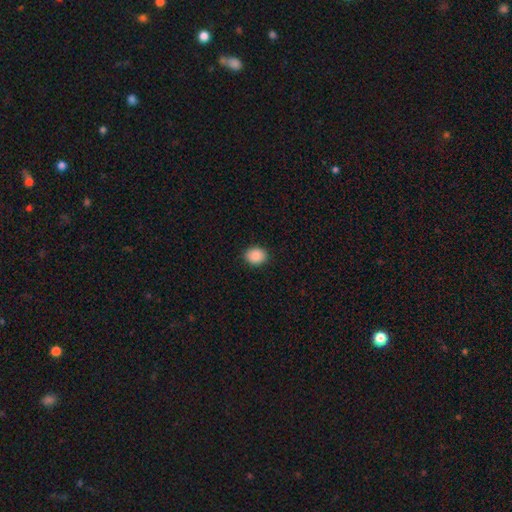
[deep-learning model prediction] A smooth galaxy with no disk features (89%) that is round (55%).

Vote fractions:
- Smooth or featured? smooth: 89% / star or artifact: 8% / featured or disk: 3%
- How rounded? round: 55% / in between: 44% / cigar-shaped: 1%
- Merging? none: 89% / minor disturbance: 8% / major disturbance: 2% / merger: 1%